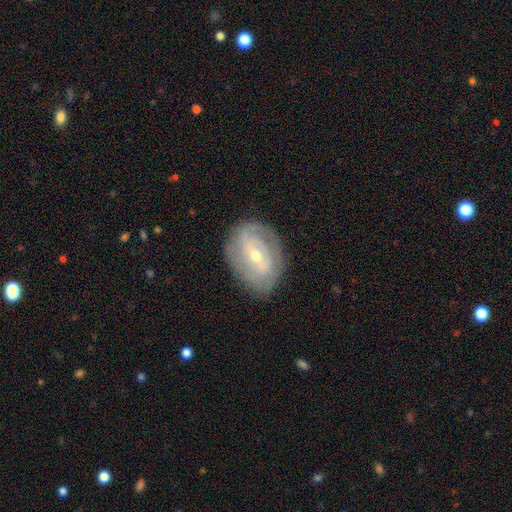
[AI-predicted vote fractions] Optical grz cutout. It shows a featured or disk galaxy (76%) with a weak bar (43%), 2 (42%) tight (58%) spiral arms (84%) and a small central bulge (54%). Merging: none (77%).